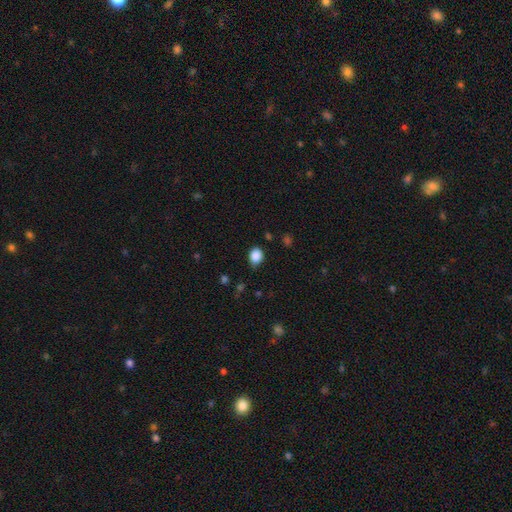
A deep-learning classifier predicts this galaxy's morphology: The model was most divided on "how rounded": round: 53%, in between: 46%, cigar-shaped: 1%. More confident: smooth or featured — smooth (87%); merging — none (75%).